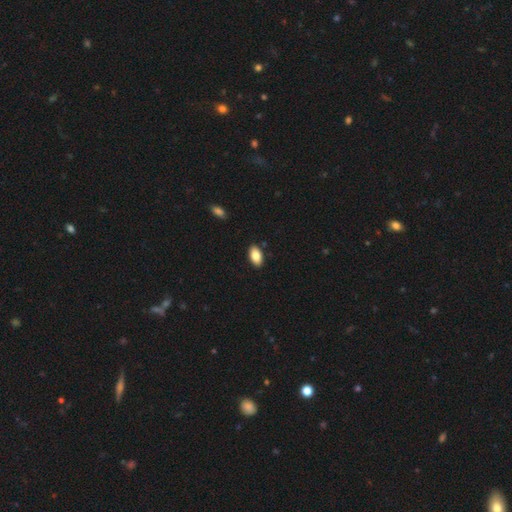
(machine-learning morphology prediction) Q: Smooth or featured?
A: smooth (84%); runner-up: featured or disk (9%)
Q: How rounded?
A: in between (94%); runner-up: round (4%)
Q: Merging?
A: none (88%); runner-up: minor disturbance (9%)